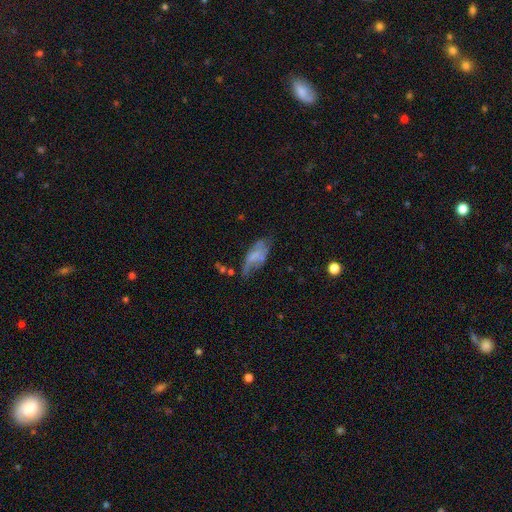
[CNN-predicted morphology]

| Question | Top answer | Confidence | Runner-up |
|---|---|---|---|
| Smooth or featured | smooth | 45% | tied: featured or disk (45%) |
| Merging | none | 36% | minor disturbance (30%) |